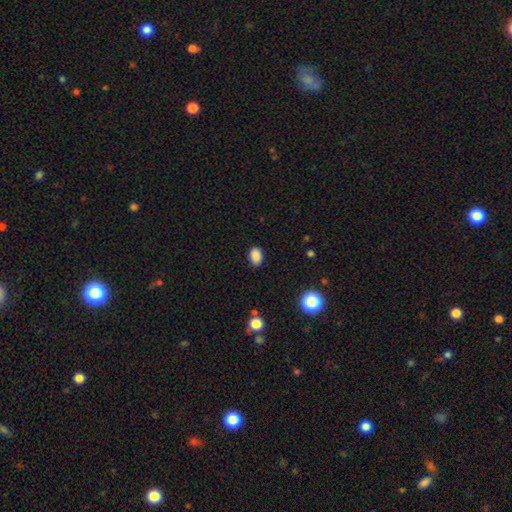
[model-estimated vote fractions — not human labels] A smooth galaxy with no disk features (87%) that is in between round and cigar-shaped (79%).

Vote fractions:
- Smooth or featured? smooth: 87% / star or artifact: 10% / featured or disk: 3%
- How rounded? in between: 79% / round: 20% / cigar-shaped: 1%
- Merging? none: 85% / minor disturbance: 11% / major disturbance: 2% / merger: 1%